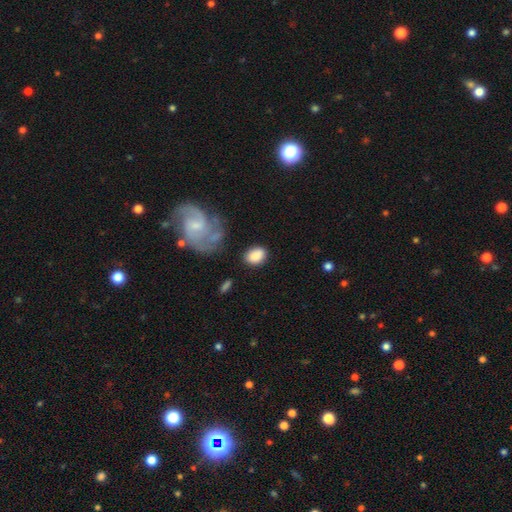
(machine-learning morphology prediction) type=smooth (84%); roundness=in between (73%); merging=none (72%).